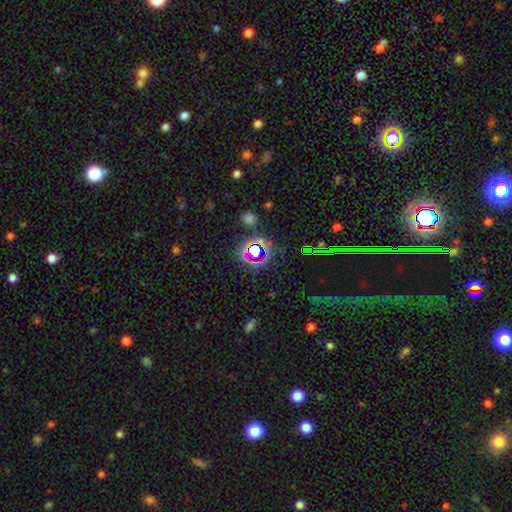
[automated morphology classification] smooth_or_featured: star or artifact (p=0.70) [alt: smooth p=0.20]